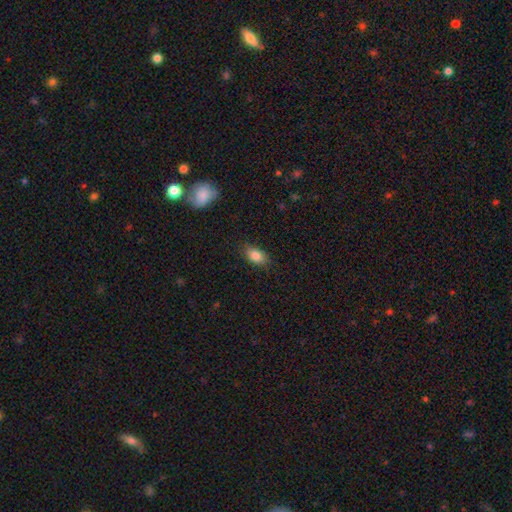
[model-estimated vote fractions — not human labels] This is clearly a smooth galaxy (84%). How rounded: clearly in between (88%). Merging: clearly none (83%).